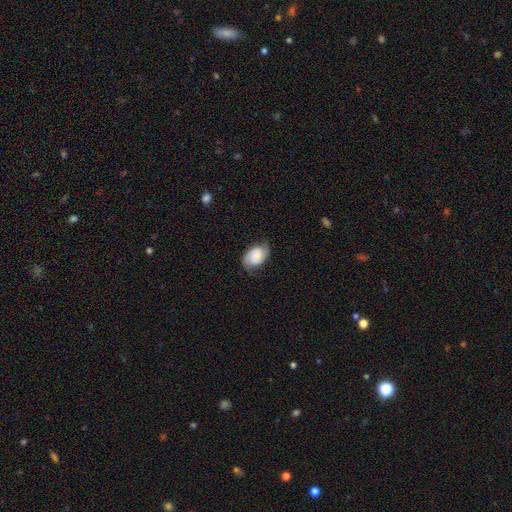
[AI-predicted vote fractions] A featured or disk galaxy (61%) with no bar (60%), 2 (88%) medium (44%) spiral arms (93%) and no central bulge (31%).

Vote fractions:
- Smooth or featured? featured or disk: 61% / smooth: 31% / star or artifact: 8%
- Edge-on disk? no: 97% / yes: 3%
- Bar? no: 60% / weak: 32% / strong: 9%
- Spiral arms? yes: 93% / no: 7%
- Spiral winding? medium: 44% / tight: 35% / loose: 21%
- Spiral arm count? 2: 88% / can't tell: 6% / 1: 3% / 3: 1% / 4: 1% / more than 4: 1%
- Bulge size? none: 31% / small: 28% / moderate: 19% / large: 16% / dominant: 6%
- Merging? none: 73% / minor disturbance: 19% / major disturbance: 7% / merger: 1%